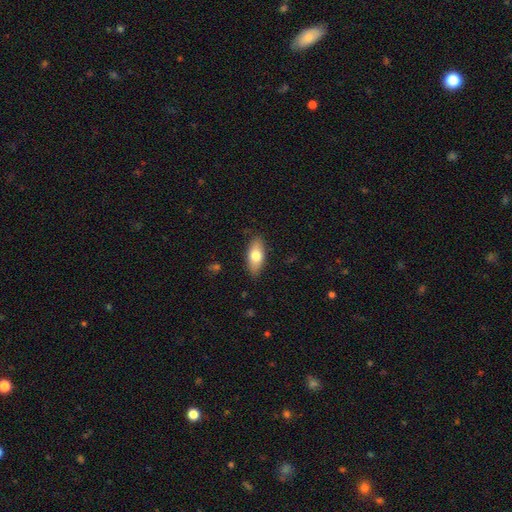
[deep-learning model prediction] Overall: smooth (72%). How rounded: in between (83%). Merging: none (86%).